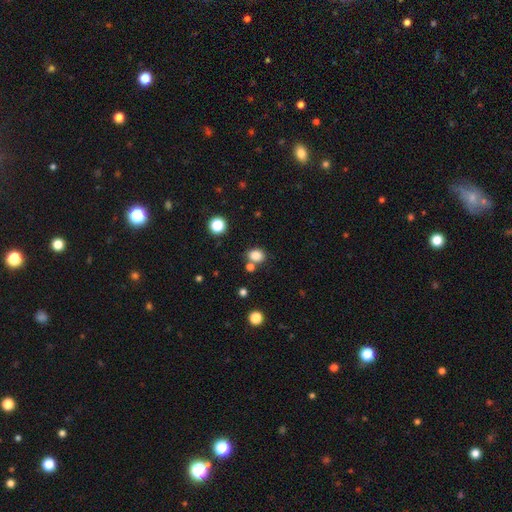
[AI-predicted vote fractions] This is clearly a smooth galaxy (83%). How rounded: possibly round (56%). Merging: likely none (70%).